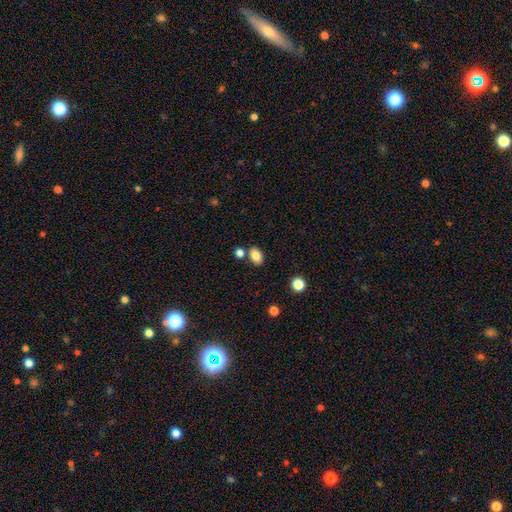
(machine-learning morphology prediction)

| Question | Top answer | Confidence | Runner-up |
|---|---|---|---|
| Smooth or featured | smooth | 84% | star or artifact (10%) |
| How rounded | in between | 82% | round (17%) |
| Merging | none | 74% | merger (13%) |